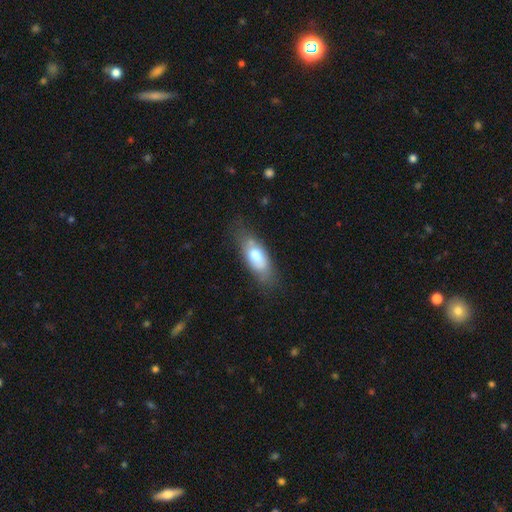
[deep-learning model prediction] smooth 66%, featured or disk 27%, star or artifact 7%. Down the decision tree: how rounded — in between (79%); merging — none (66%).